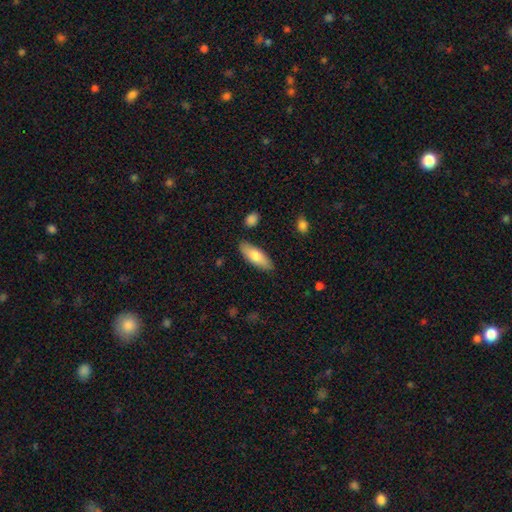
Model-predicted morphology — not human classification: type=smooth (72%); roundness=in between (66%); merging=none (85%).